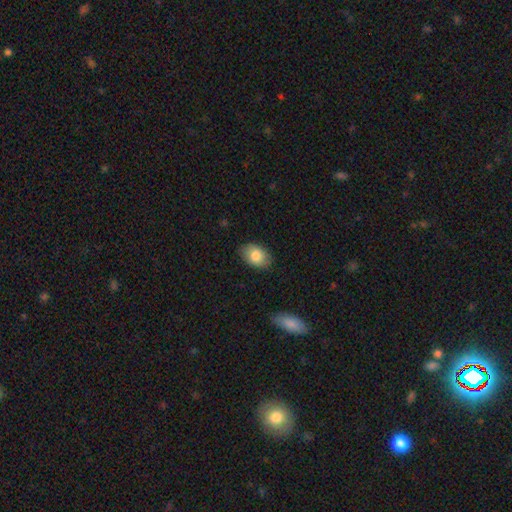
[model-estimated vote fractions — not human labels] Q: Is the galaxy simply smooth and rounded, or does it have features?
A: smooth — 83%.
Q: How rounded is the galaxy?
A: in between — 86%.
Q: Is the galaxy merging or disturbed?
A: none — 85%.